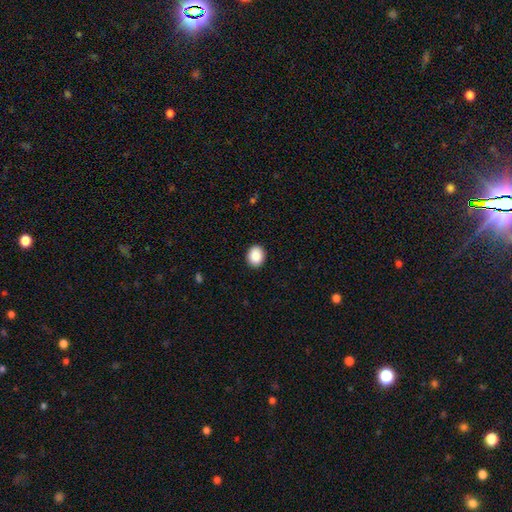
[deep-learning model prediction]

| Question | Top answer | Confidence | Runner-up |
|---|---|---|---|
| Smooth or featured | smooth | 89% | star or artifact (8%) |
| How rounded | round | 59% | in between (40%) |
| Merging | none | 92% | minor disturbance (6%) |